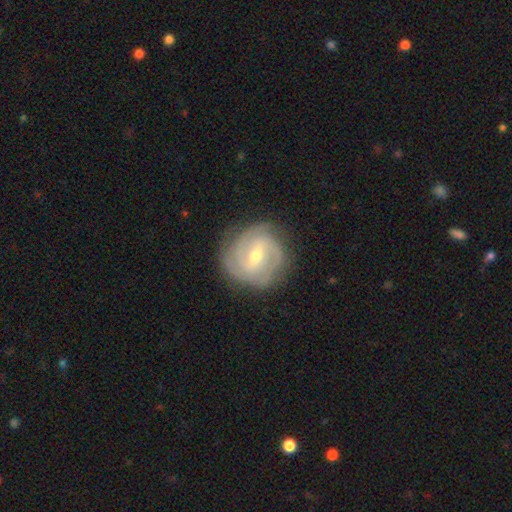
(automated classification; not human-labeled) Smooth or featured? Predicted: featured or disk (p=0.85). Edge-on disk? Predicted: no (p=0.97). Bar? Predicted: weak (p=0.54). Spiral arms? Predicted: yes (p=0.95). Spiral winding? Predicted: tight (p=0.62). Spiral arm count? Predicted: 3 (p=0.33). Bulge size? Predicted: moderate (p=0.49). Merging? Predicted: none (p=0.80).